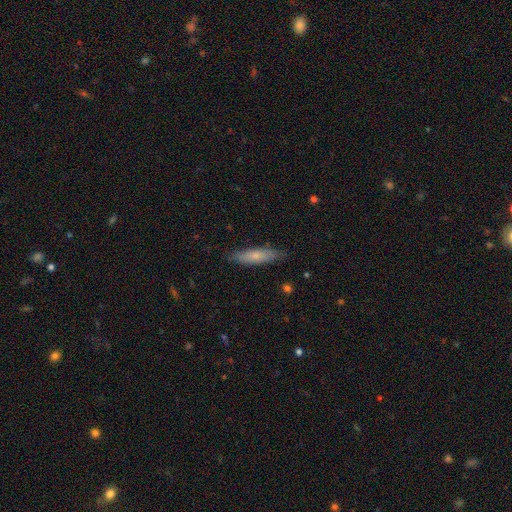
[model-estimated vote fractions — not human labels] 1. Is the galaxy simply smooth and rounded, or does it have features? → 65% smooth, 29% featured or disk, 6% star or artifact.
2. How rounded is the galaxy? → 77% cigar-shaped, 21% in between, 2% round.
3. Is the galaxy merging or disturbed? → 83% none, 14% minor disturbance, 2% major disturbance, 1% merger.